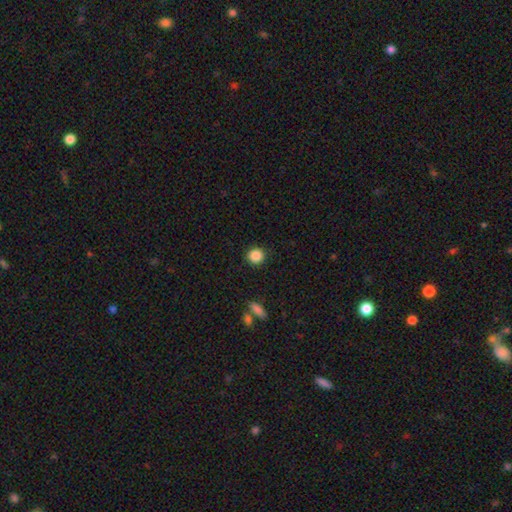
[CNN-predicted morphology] Q: Smooth or featured?
A: smooth (87%); runner-up: star or artifact (10%)
Q: How rounded?
A: round (91%); runner-up: in between (8%)
Q: Merging?
A: none (91%); runner-up: minor disturbance (5%)